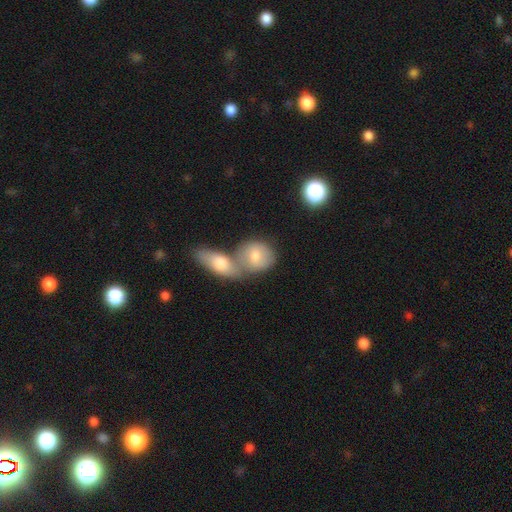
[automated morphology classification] Smooth or featured?
  - smooth: 73% *
  - featured or disk: 20%
  - star or artifact: 7%
How rounded?
  - round: 57% *
  - in between: 40%
  - cigar-shaped: 3%
Merging?
  - merger: 58% *
  - none: 30%
  - minor disturbance: 8%
  - major disturbance: 4%